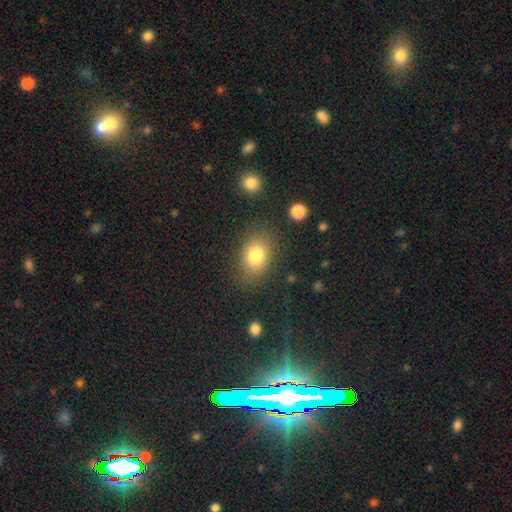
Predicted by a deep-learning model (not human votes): Smooth or featured: smooth — 80% (star or artifact — 10%)
How rounded: in between — 70% (round — 29%)
Merging: none — 79% (minor disturbance — 13%)